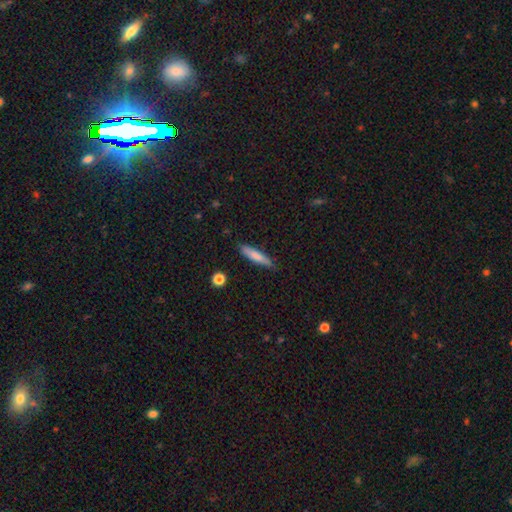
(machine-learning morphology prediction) Smooth or featured? Predicted: smooth (p=0.76). How rounded? Predicted: cigar-shaped (p=0.87). Merging? Predicted: none (p=0.81).